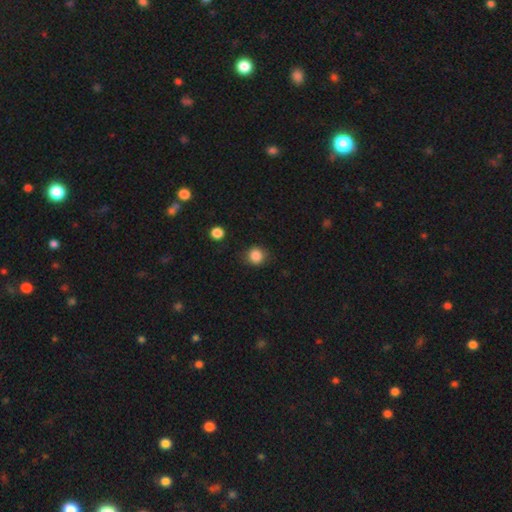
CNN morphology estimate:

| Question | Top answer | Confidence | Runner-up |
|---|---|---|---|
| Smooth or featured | smooth | 86% | star or artifact (10%) |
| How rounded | round | 88% | in between (11%) |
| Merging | none | 84% | minor disturbance (11%) |